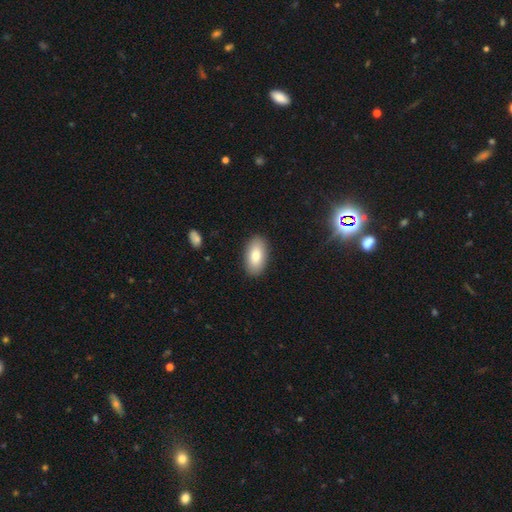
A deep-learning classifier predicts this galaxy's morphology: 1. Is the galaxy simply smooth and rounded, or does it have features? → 82% smooth, 11% featured or disk, 6% star or artifact.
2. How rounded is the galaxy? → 94% in between, 3% round, 2% cigar-shaped.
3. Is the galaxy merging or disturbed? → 88% none, 8% minor disturbance, 2% major disturbance, 1% merger.